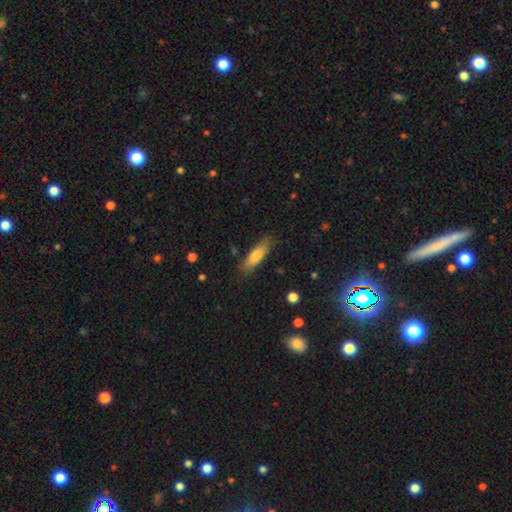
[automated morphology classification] This appears to be a smooth galaxy with no disk features (76%) that is cigar-shaped (54%). Merging: none (81%).